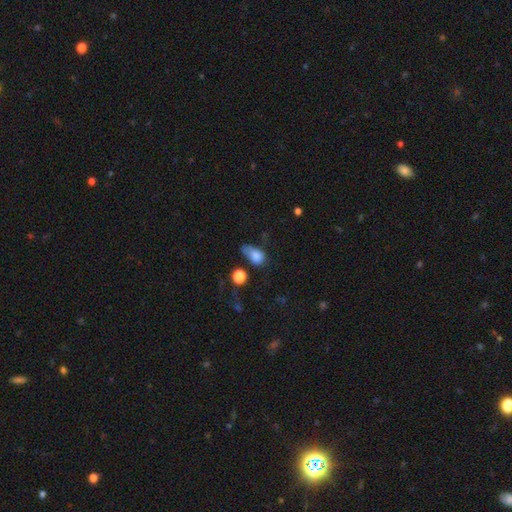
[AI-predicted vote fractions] Smooth or featured?
  - smooth: 77% *
  - star or artifact: 12%
  - featured or disk: 11%
How rounded?
  - in between: 75% *
  - round: 22%
  - cigar-shaped: 4%
Merging?
  - minor disturbance: 34% *
  - major disturbance: 33%
  - none: 23%
  - merger: 10%